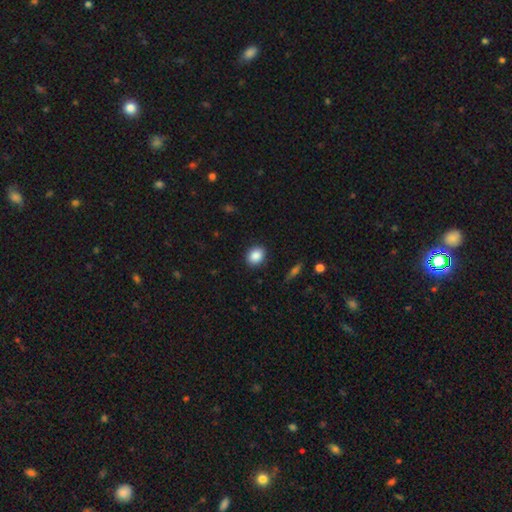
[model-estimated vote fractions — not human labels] smooth_or_featured: smooth (p=0.87) [alt: star or artifact p=0.08]
how_rounded: round (p=0.55) [alt: in between p=0.43]
merging: none (p=0.89) [alt: minor disturbance p=0.07]